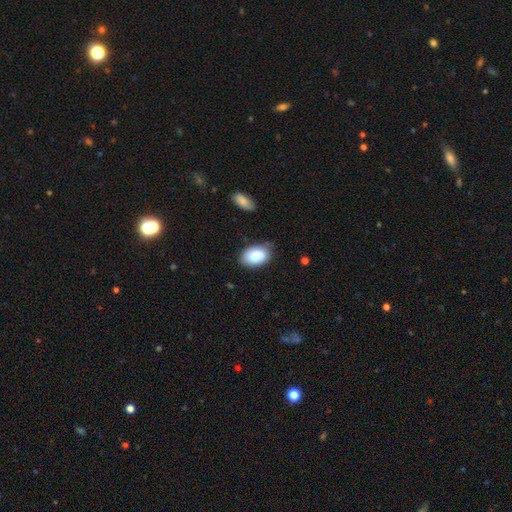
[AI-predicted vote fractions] smooth_or_featured: smooth (p=0.84) [alt: featured or disk p=0.10]
how_rounded: in between (p=0.92) [alt: round p=0.07]
merging: none (p=0.71) [alt: minor disturbance p=0.22]